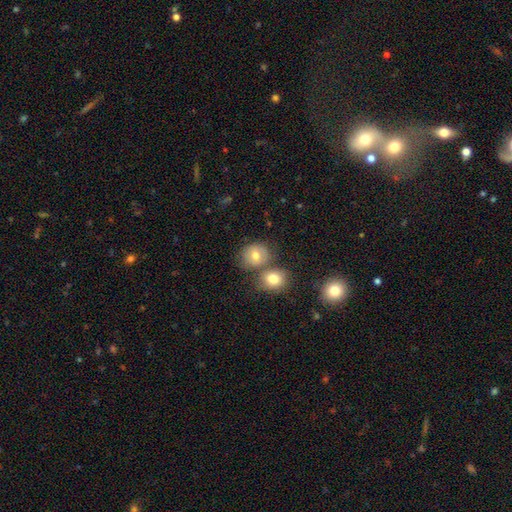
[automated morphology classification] This appears to be a smooth galaxy with no disk features (73%) that is round (74%). Merging: none (61%).